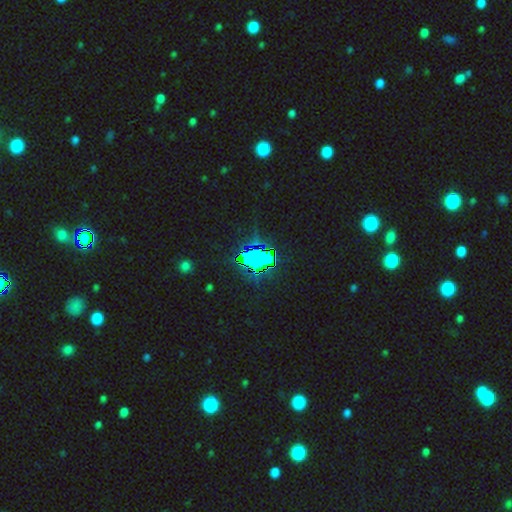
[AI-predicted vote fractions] Smooth or featured? Predicted: star or artifact (p=0.71).